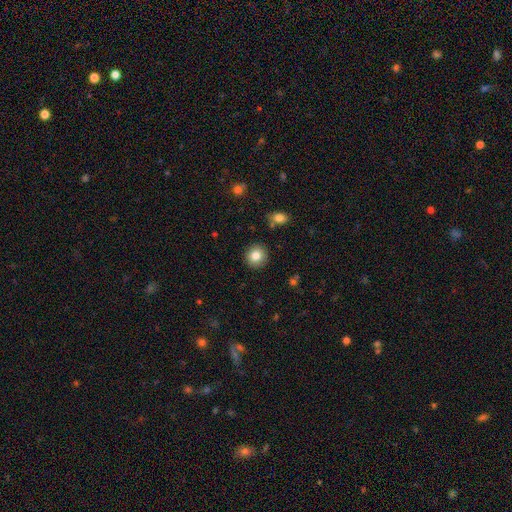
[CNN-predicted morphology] A smooth galaxy with no disk features (82%) that is round (91%). Merging: none (90%).